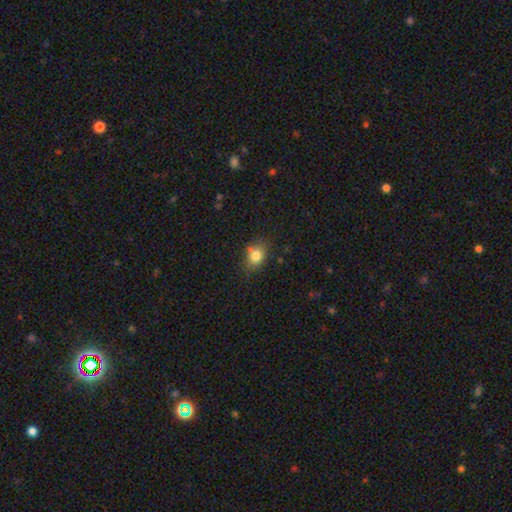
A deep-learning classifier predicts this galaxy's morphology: smooth_or_featured: smooth (p=0.80) [alt: star or artifact p=0.11]
how_rounded: in between (p=0.52) [alt: round p=0.46]
merging: none (p=0.68) [alt: minor disturbance p=0.21]